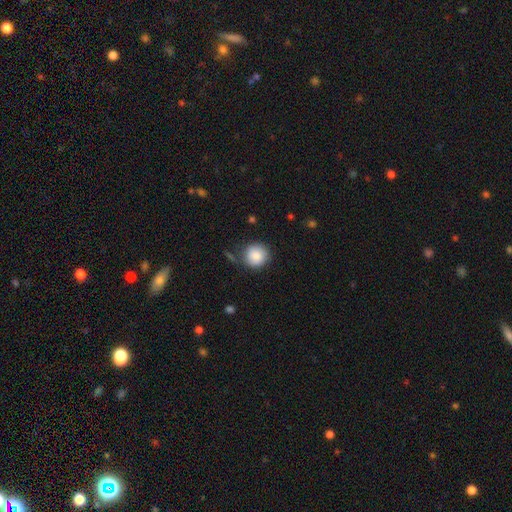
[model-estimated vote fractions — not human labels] smooth 86%, star or artifact 7%, featured or disk 7%. Down the decision tree: how rounded — round (93%); merging — none (77%).